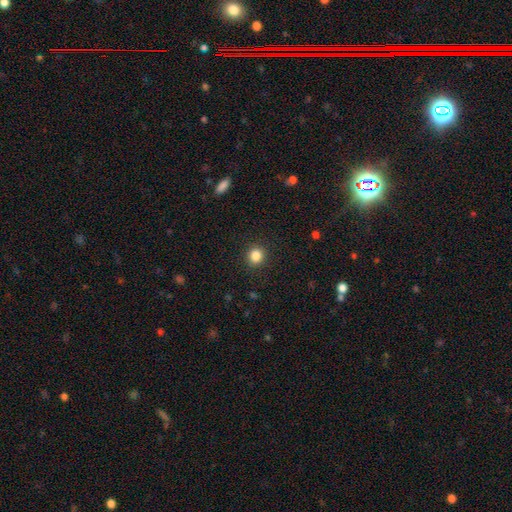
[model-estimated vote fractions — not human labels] Morphology: type=smooth (85%); roundness=round (86%); merging=none (91%).